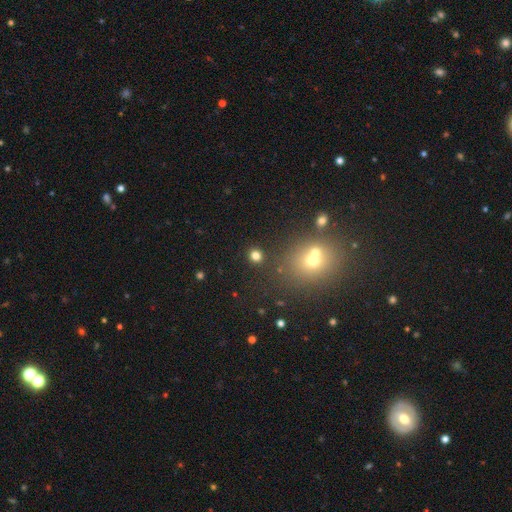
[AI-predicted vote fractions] A smooth galaxy with no disk features (77%) that is round (84%). Merging: none (82%).